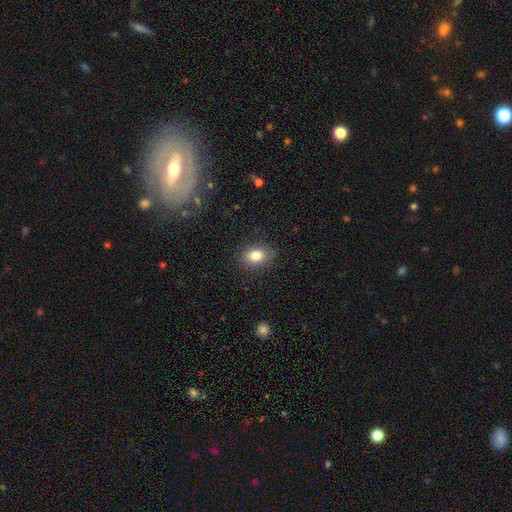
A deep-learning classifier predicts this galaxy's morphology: This appears to be a smooth galaxy with no disk features (83%) that is in between round and cigar-shaped (76%). Merging: none (86%).